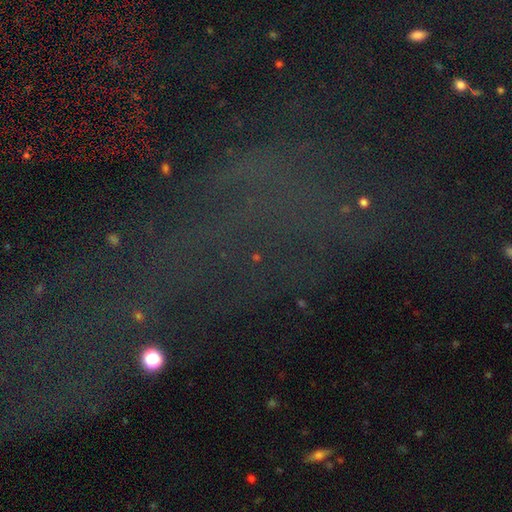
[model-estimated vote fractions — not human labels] Q: Smooth or featured?
A: star or artifact (66%); runner-up: smooth (18%)